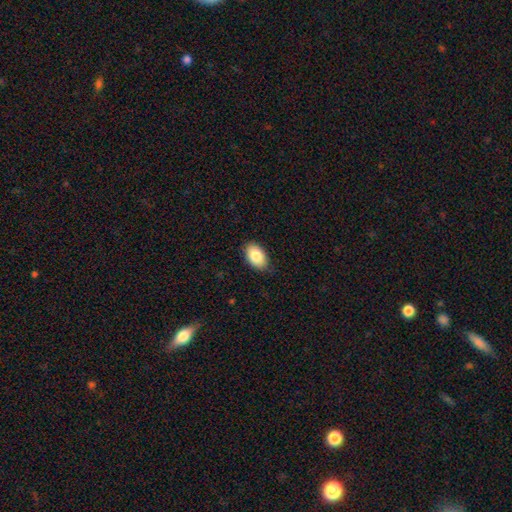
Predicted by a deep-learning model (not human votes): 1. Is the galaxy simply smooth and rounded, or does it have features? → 85% smooth, 8% featured or disk, 7% star or artifact.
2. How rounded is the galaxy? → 92% in between, 7% round, 1% cigar-shaped.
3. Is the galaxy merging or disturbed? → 84% none, 13% minor disturbance, 2% major disturbance, 1% merger.